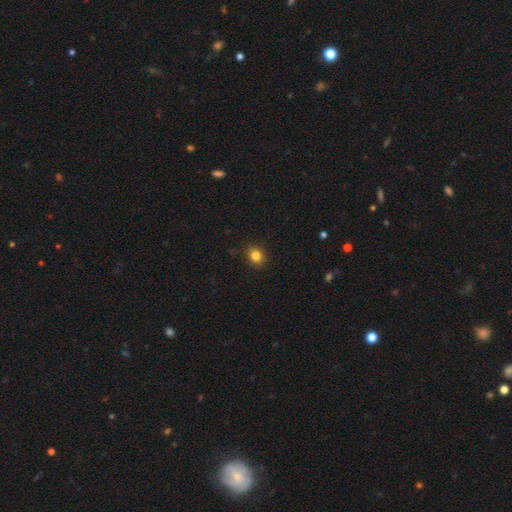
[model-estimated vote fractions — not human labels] This is clearly a smooth galaxy (84%). How rounded: likely round (71%). Merging: clearly none (90%).